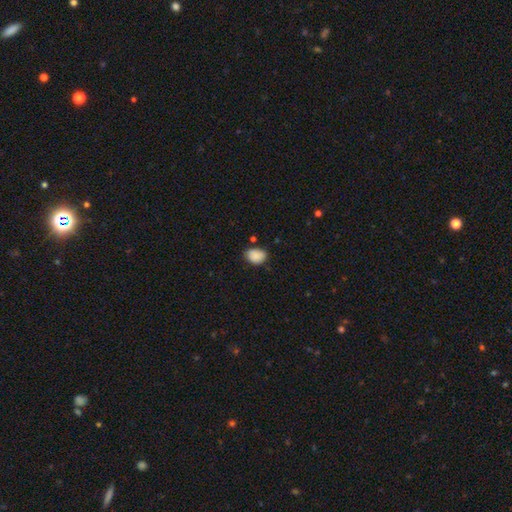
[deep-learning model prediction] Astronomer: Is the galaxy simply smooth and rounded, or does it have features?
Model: smooth — 88%.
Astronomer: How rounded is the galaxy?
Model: in between — 65%.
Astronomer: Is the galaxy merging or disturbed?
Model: none — 73%.